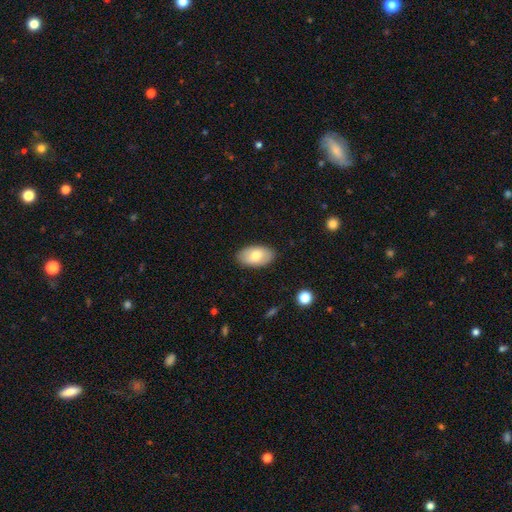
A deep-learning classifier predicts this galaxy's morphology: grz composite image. It shows a smooth galaxy with no disk features (72%) that is in between round and cigar-shaped (95%). Merging: none (87%).